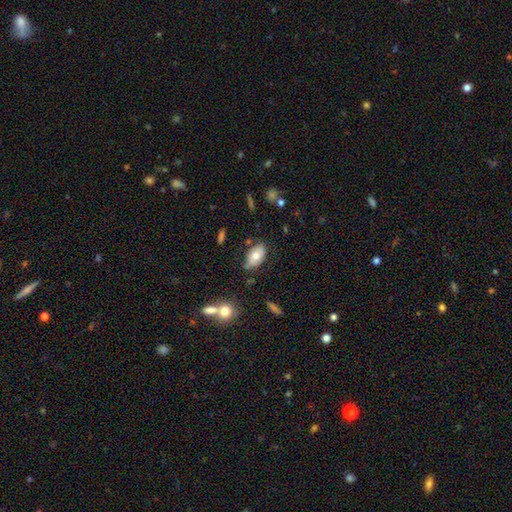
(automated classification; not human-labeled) A smooth galaxy with no disk features (69%) that is in between round and cigar-shaped (93%).

Vote fractions:
- Smooth or featured? smooth: 69% / featured or disk: 24% / star or artifact: 7%
- How rounded? in between: 93% / round: 5% / cigar-shaped: 2%
- Merging? none: 64% / minor disturbance: 26% / major disturbance: 5% / merger: 5%